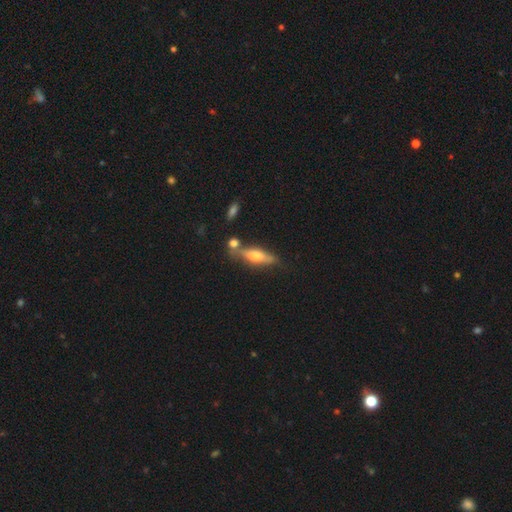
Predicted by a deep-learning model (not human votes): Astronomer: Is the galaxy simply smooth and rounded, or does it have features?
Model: featured or disk — 51% (runner-up: smooth, 41%).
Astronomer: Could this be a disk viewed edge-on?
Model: yes — 86%.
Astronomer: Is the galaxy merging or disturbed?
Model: none — 68%.